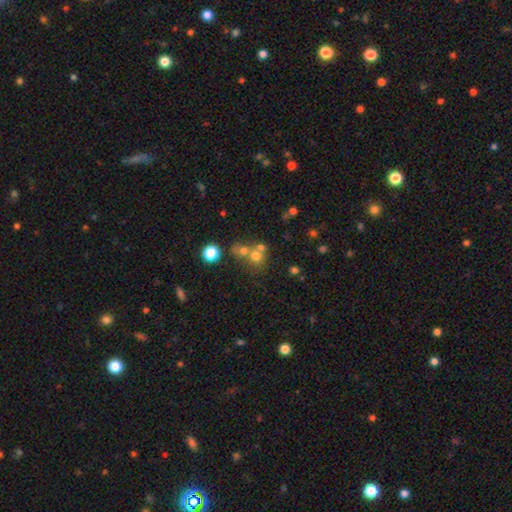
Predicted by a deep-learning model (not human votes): This is likely a smooth galaxy (64%). How rounded: clearly round (82%). Merging: marginally merger (45%).